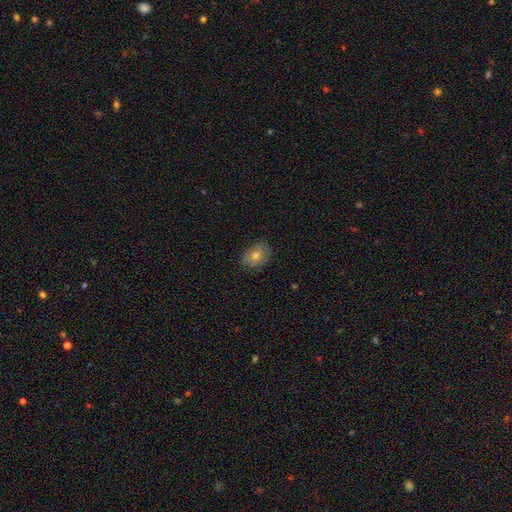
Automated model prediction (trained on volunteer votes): Smooth or featured? smooth (69%)
How rounded? in between (63%)
Merging? none (79%)